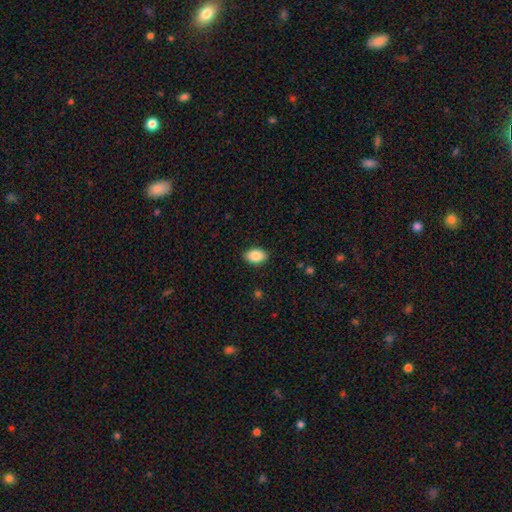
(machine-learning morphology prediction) Smooth or featured: smooth — 88% (star or artifact — 7%)
How rounded: in between — 90% (round — 9%)
Merging: none — 88% (minor disturbance — 9%)